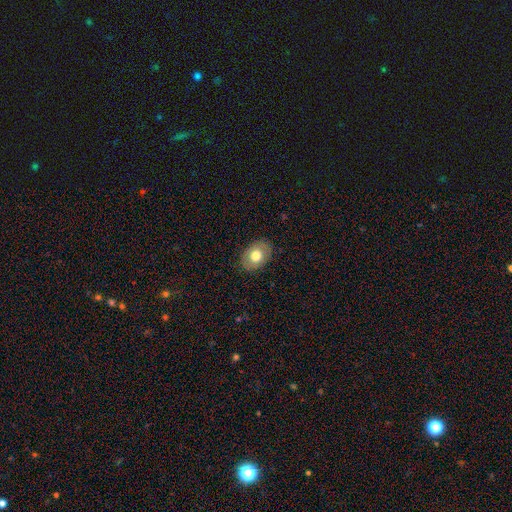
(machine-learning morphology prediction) Smooth or featured: smooth — 71% (featured or disk — 22%)
How rounded: in between — 77% (round — 22%)
Merging: none — 86% (minor disturbance — 10%)